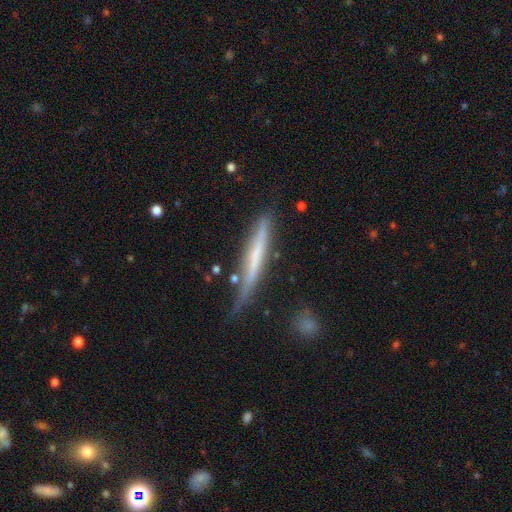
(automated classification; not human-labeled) A featured or disk galaxy (54%) viewed edge-on (94%) with no central bulge (74%).

Vote fractions:
- Smooth or featured? featured or disk: 54% / smooth: 40% / star or artifact: 6%
- Edge-on disk? yes: 94% / no: 6%
- Edge-on bulge? none: 74% / rounded: 16% / boxy: 9%
- Merging? none: 70% / minor disturbance: 22% / major disturbance: 4% / merger: 3%